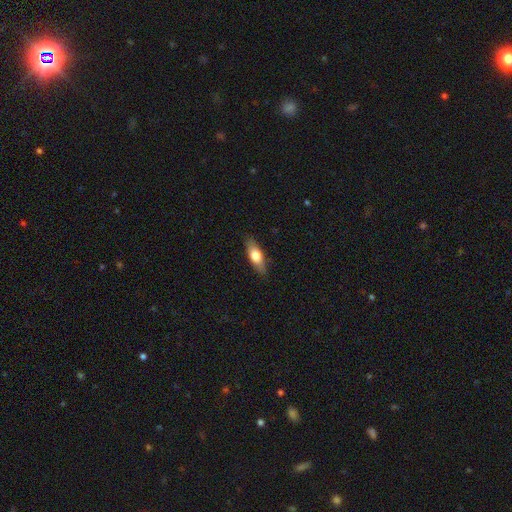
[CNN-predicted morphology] This is likely a smooth galaxy (67%). How rounded: likely in between (64%). Merging: clearly none (85%).